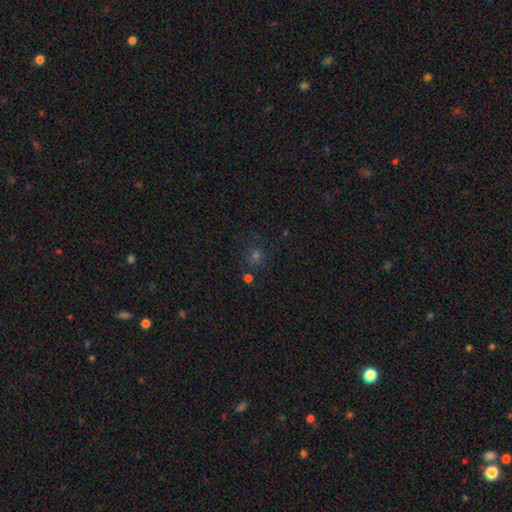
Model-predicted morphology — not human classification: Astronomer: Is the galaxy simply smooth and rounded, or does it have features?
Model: smooth — 50% (runner-up: star or artifact, 41%).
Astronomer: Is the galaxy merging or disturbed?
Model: none — 78%.